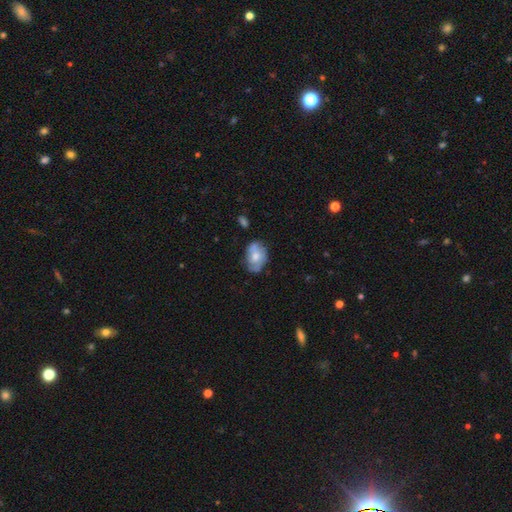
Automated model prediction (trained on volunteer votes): Morphology: type=featured or disk (49%); merging=none (55%).